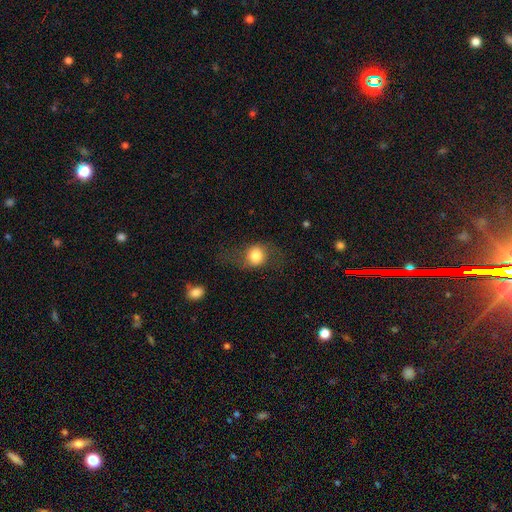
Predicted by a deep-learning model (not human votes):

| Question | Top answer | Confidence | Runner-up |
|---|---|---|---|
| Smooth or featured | smooth | 67% | featured or disk (24%) |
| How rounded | round | 71% | in between (27%) |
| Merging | none | 60% | minor disturbance (20%) |